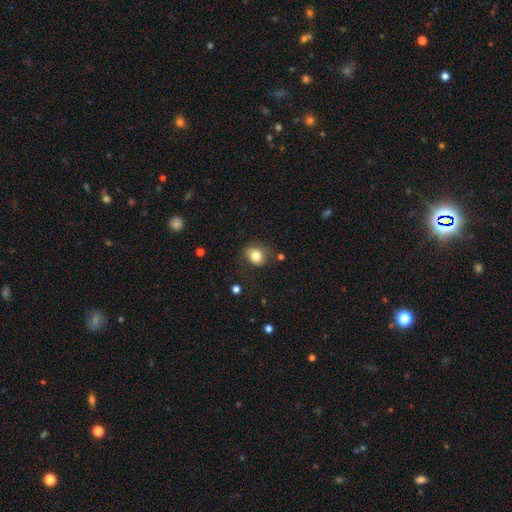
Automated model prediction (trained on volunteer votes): Smooth or featured? Predicted: smooth (p=0.80). How rounded? Predicted: round (p=0.55). Merging? Predicted: none (p=0.70).